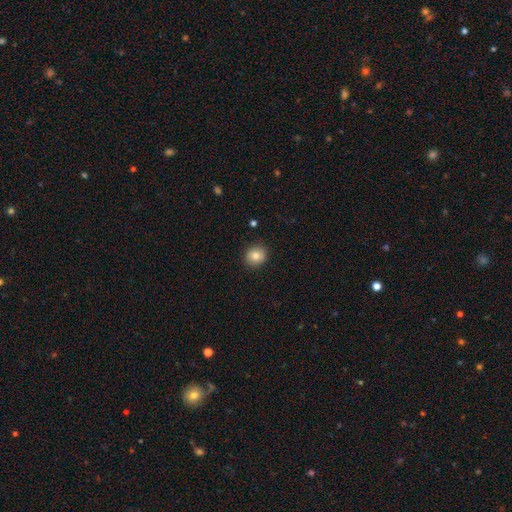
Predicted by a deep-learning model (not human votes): smooth-or-featured: smooth: 82% | star or artifact: 10% | featured or disk: 9%
  how-rounded: round: 84% | in between: 15% | cigar-shaped: 1%
  merging: none: 89% | minor disturbance: 8% | major disturbance: 2% | merger: 1%